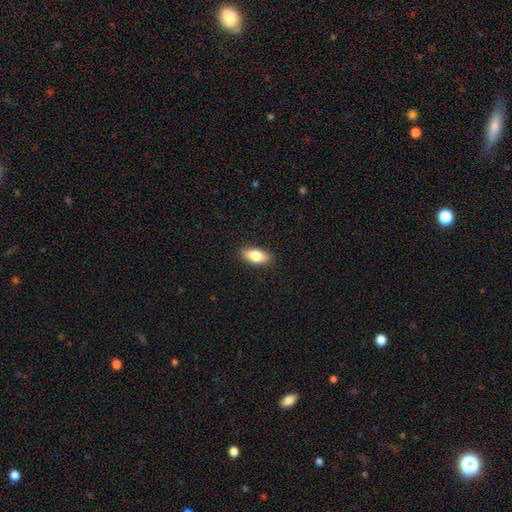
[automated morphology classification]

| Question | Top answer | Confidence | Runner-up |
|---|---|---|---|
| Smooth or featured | smooth | 82% | featured or disk (12%) |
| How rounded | in between | 85% | cigar-shaped (12%) |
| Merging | none | 89% | minor disturbance (8%) |